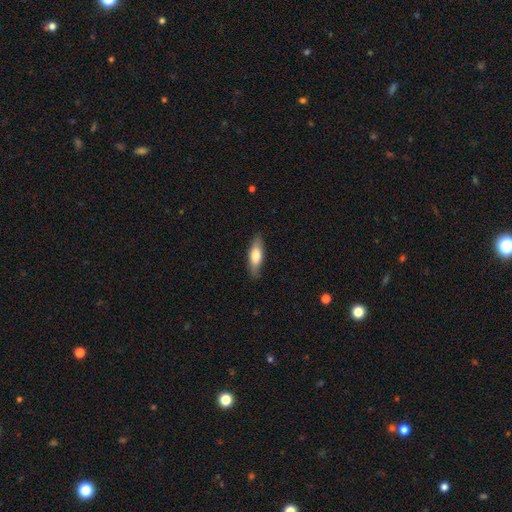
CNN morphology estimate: smooth-or-featured: smooth: 69% | featured or disk: 25% | star or artifact: 6%
  how-rounded: in between: 55% | cigar-shaped: 43% | round: 2%
  merging: none: 83% | minor disturbance: 13% | major disturbance: 2% | merger: 1%